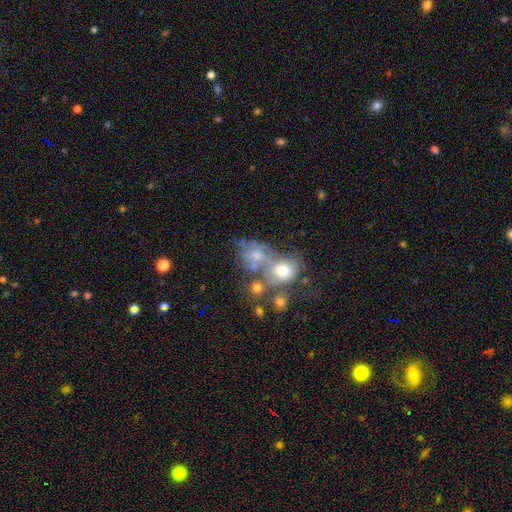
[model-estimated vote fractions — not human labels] Q: Smooth or featured?
A: smooth (54%); runner-up: featured or disk (32%)
Q: How rounded?
A: round (51%); runner-up: in between (48%)
Q: Merging?
A: merger (55%); runner-up: none (21%)